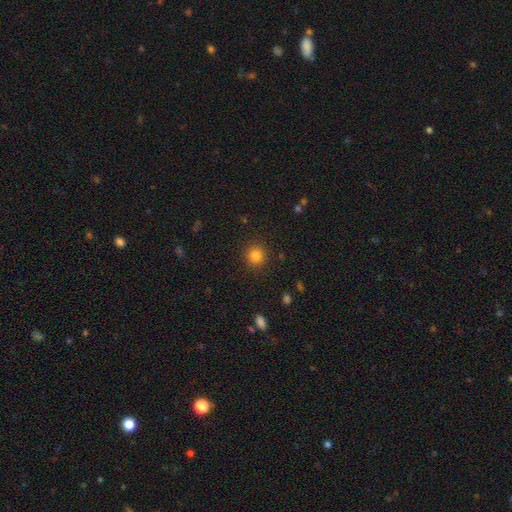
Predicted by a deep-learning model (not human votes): smooth_or_featured: smooth (p=0.83) [alt: star or artifact p=0.12]
how_rounded: round (p=0.92) [alt: in between p=0.07]
merging: none (p=0.90) [alt: minor disturbance p=0.06]